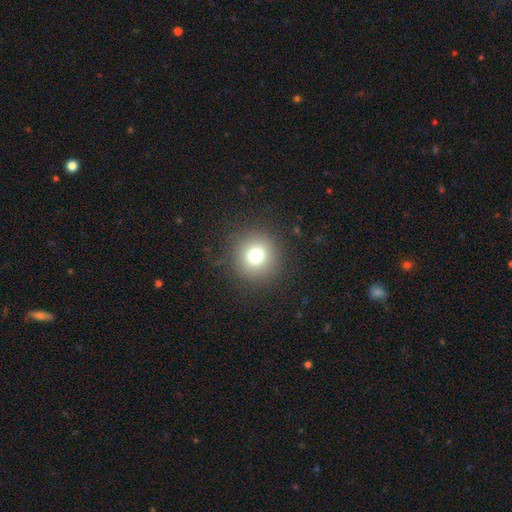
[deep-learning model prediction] Smooth or featured? smooth (75%)
How rounded? round (94%)
Merging? none (88%)